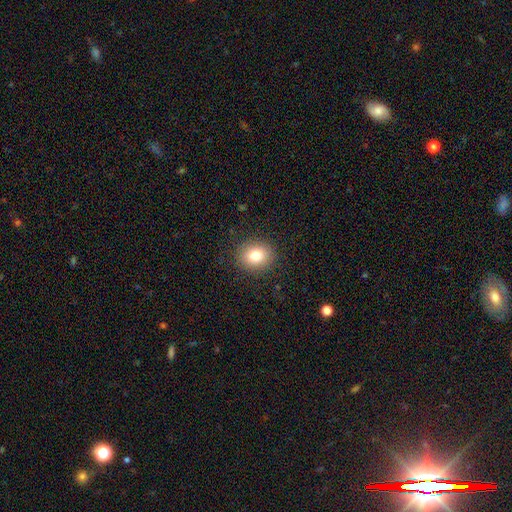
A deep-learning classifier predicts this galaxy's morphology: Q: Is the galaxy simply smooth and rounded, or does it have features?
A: smooth — 80%.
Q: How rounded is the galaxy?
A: round — 69%.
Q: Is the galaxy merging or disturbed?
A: none — 89%.